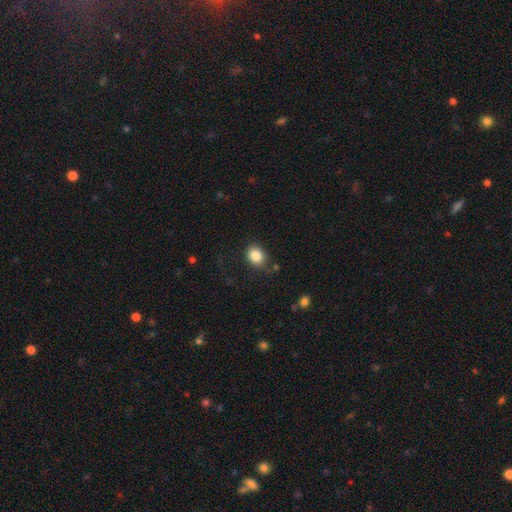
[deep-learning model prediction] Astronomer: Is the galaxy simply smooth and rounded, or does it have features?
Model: smooth — 85%.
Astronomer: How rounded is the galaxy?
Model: in between — 51% (runner-up: round, 48%).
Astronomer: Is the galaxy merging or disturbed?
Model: none — 80%.